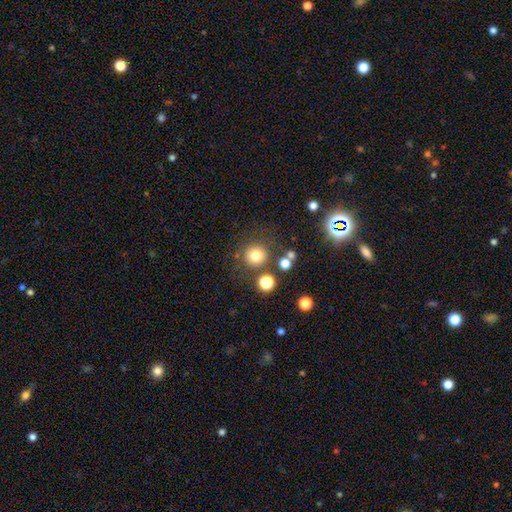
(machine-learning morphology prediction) smooth 78%, star or artifact 14%, featured or disk 7%. Down the decision tree: how rounded — round (93%); merging — none (79%).